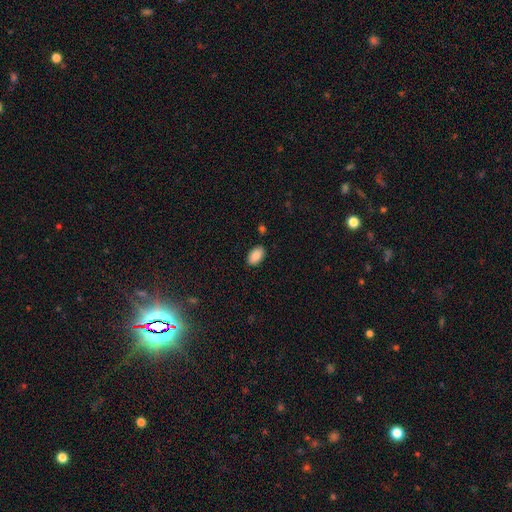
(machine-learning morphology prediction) smooth_or_featured: smooth (p=0.89) [alt: star or artifact p=0.07]
how_rounded: in between (p=0.93) [alt: round p=0.05]
merging: none (p=0.87) [alt: minor disturbance p=0.09]